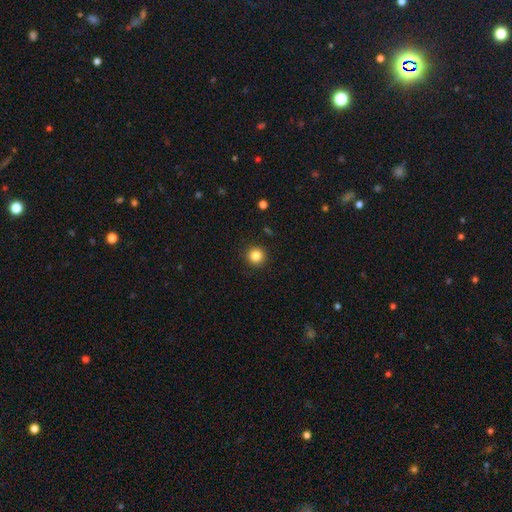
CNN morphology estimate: Smooth or featured? smooth (84%)
How rounded? round (95%)
Merging? none (92%)